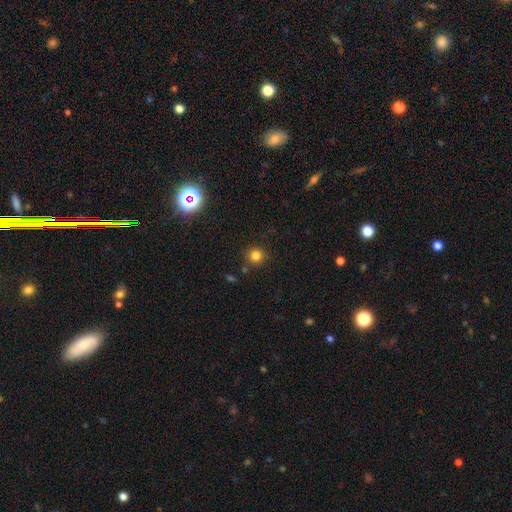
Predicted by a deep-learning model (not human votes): Morphology: type=smooth (81%); roundness=round (92%); merging=none (86%).